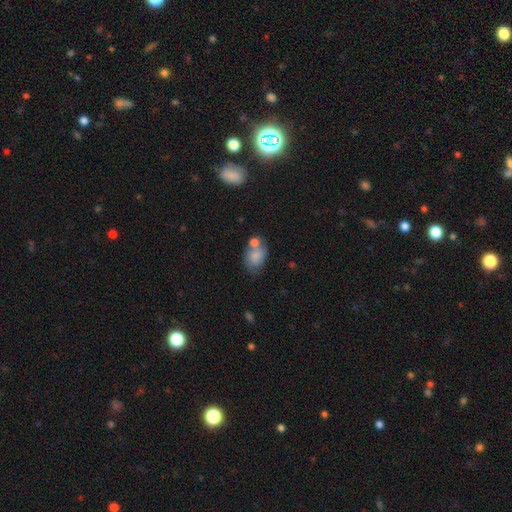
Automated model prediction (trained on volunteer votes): A smooth galaxy with no disk features (77%) that is in between round and cigar-shaped (80%).

Vote fractions:
- Smooth or featured? smooth: 77% / featured or disk: 15% / star or artifact: 9%
- How rounded? in between: 80% / round: 18% / cigar-shaped: 1%
- Merging? none: 43% / merger: 29% / minor disturbance: 20% / major disturbance: 7%